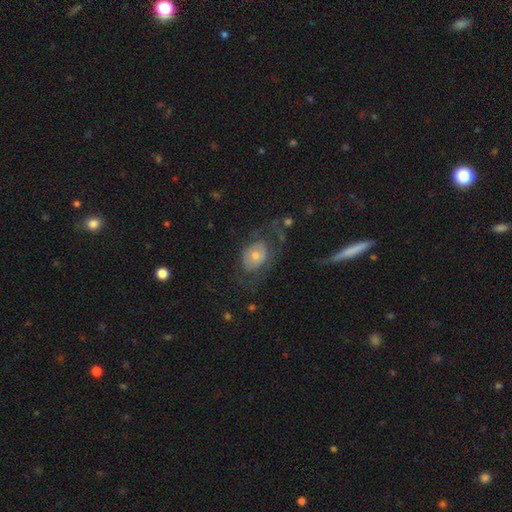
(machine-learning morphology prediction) Smooth or featured: featured or disk — 48% (smooth — 42%)
Merging: none — 49% (major disturbance — 30%)